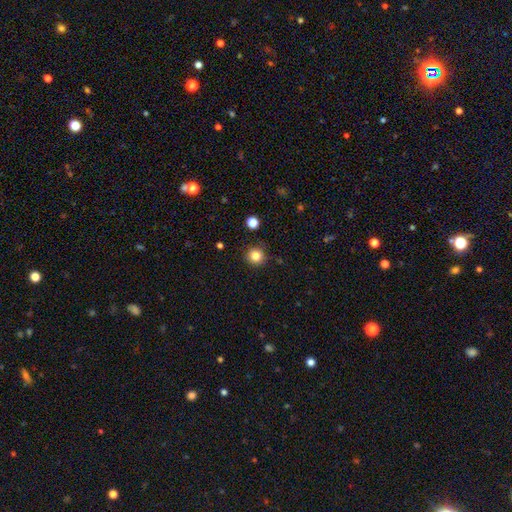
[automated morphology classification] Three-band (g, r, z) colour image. It shows a smooth galaxy with no disk features (82%) that is round (94%). Merging: none (89%).